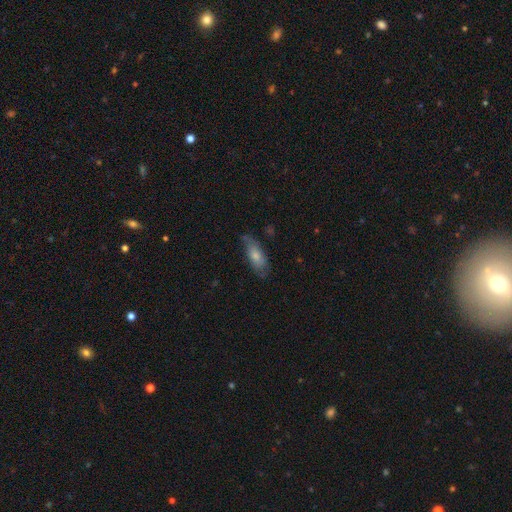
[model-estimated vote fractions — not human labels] Morphology: type=smooth (66%); roundness=in between (74%); merging=none (60%).